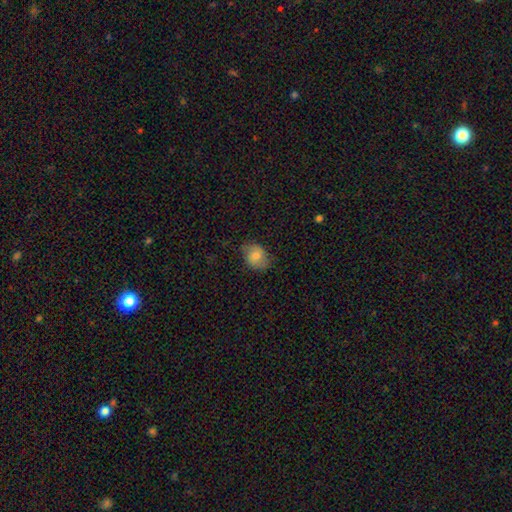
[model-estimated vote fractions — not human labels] A smooth galaxy with no disk features (68%) that is round (52%).

Vote fractions:
- Smooth or featured? smooth: 68% / featured or disk: 23% / star or artifact: 9%
- How rounded? round: 52% / in between: 47% / cigar-shaped: 1%
- Merging? none: 73% / minor disturbance: 20% / major disturbance: 5% / merger: 1%